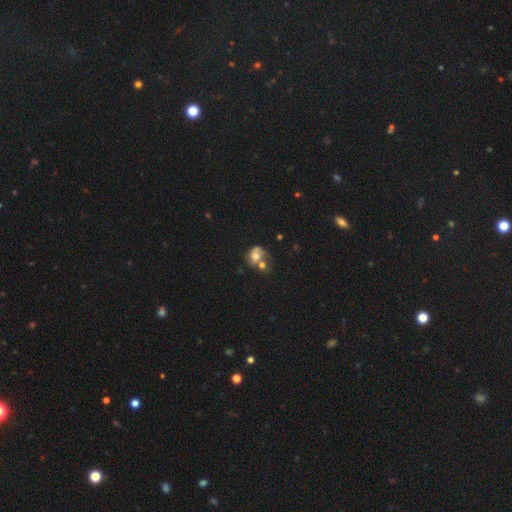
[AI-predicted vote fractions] The model was most divided on "smooth or featured": smooth: 46%, featured or disk: 43%, star or artifact: 10%. Remaining: merging — merger (50%).